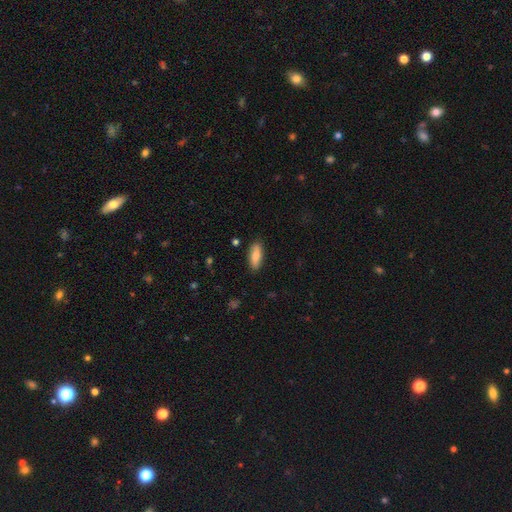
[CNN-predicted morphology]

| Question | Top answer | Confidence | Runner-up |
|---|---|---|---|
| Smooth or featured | smooth | 80% | featured or disk (14%) |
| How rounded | in between | 69% | cigar-shaped (29%) |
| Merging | none | 86% | minor disturbance (10%) |